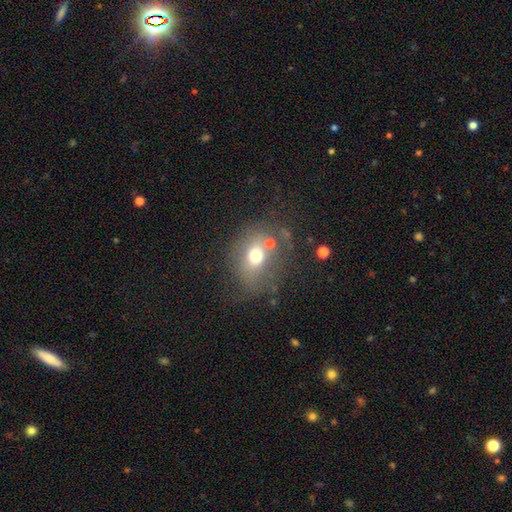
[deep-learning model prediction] Smooth or featured? smooth (63%)
How rounded? round (52%)
Merging? none (55%)